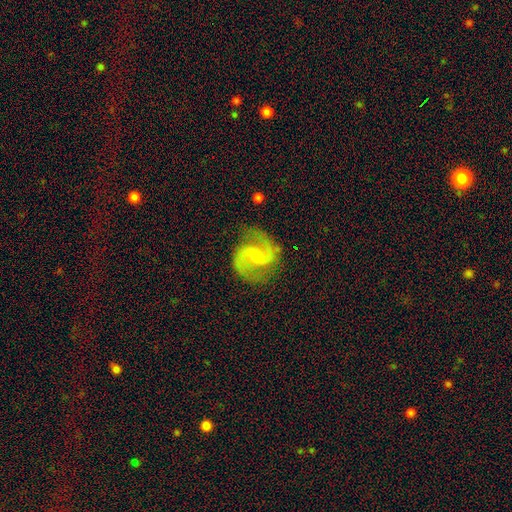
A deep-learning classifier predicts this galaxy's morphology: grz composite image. It shows a featured or disk galaxy (91%) with a weak bar (52%), 2 (94%) medium (61%) spiral arms (98%) and a small central bulge (60%). Merging: none (80%).